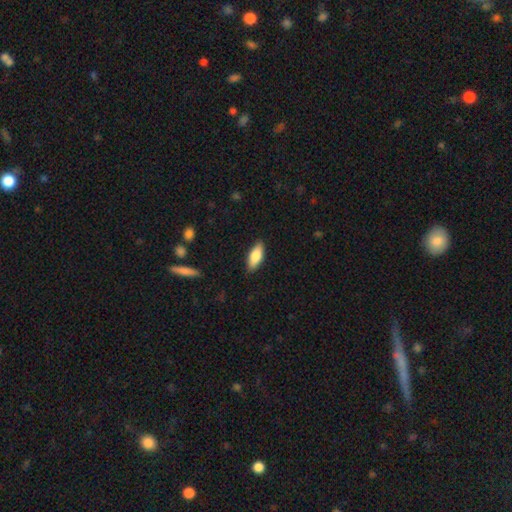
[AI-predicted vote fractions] smooth_or_featured: smooth (p=0.78) [alt: featured or disk p=0.16]
how_rounded: in between (p=0.75) [alt: cigar-shaped p=0.23]
merging: none (p=0.87) [alt: minor disturbance p=0.10]